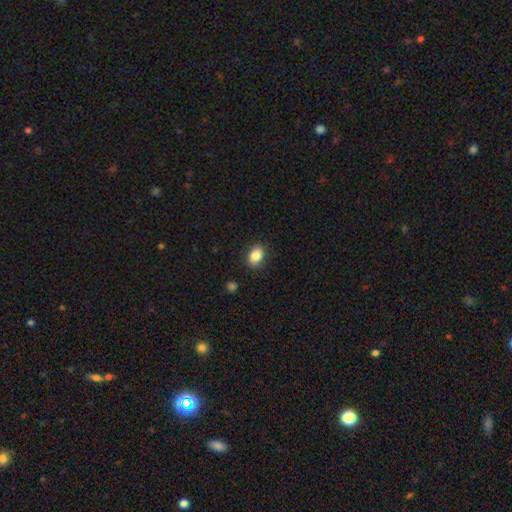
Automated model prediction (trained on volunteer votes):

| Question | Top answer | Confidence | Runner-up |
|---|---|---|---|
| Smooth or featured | smooth | 86% | star or artifact (8%) |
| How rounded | in between | 77% | round (22%) |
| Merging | none | 86% | minor disturbance (10%) |